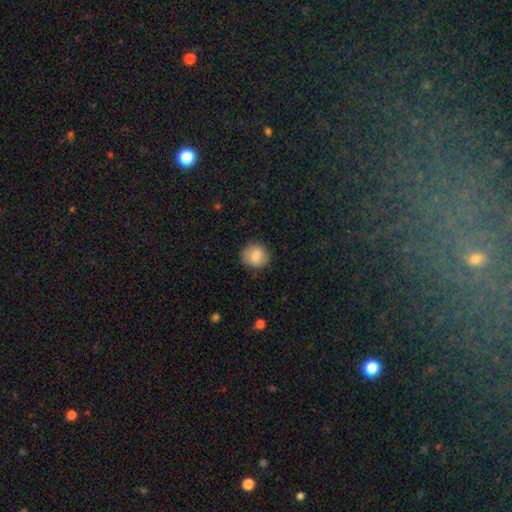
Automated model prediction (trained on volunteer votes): This appears to be a smooth galaxy with no disk features (83%) that is round (81%). Merging: none (87%).